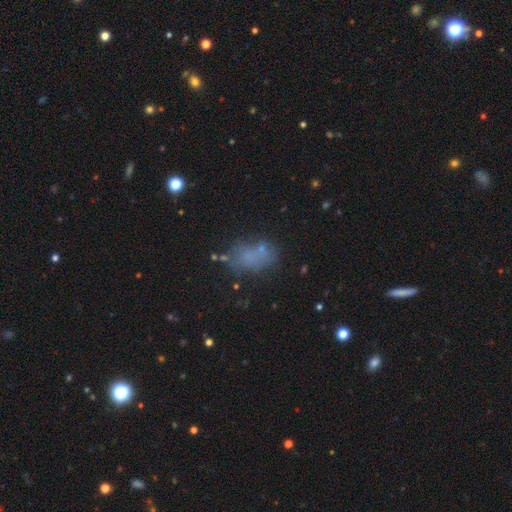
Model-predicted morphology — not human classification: type=smooth (64%); roundness=in between (82%); merging=none (58%).